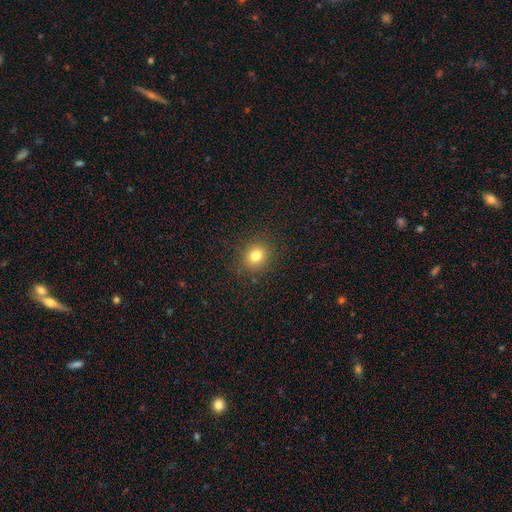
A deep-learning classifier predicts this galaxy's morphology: Smooth or featured: smooth — 79% (star or artifact — 14%)
How rounded: round — 75% (in between — 24%)
Merging: none — 89% (minor disturbance — 7%)